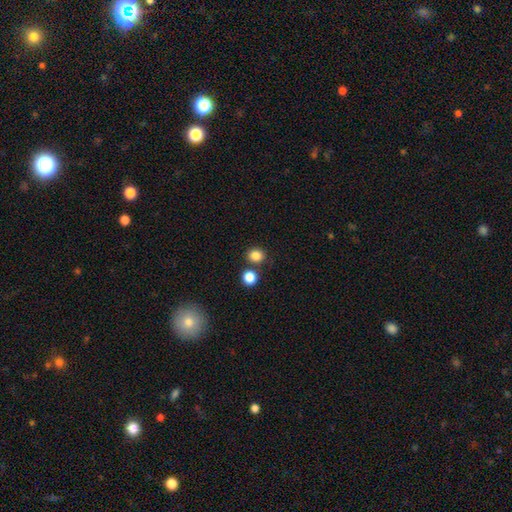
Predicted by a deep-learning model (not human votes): A smooth galaxy with no disk features (84%) that is round (80%). Merging: none (76%).